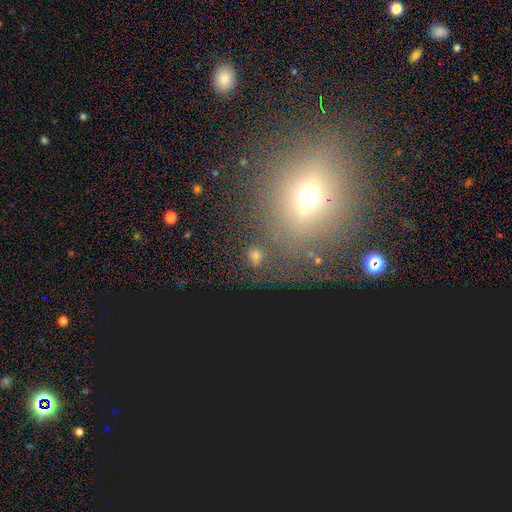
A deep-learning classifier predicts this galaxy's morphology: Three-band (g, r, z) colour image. It shows a smooth galaxy with no disk features (45%). Merging: none (73%).